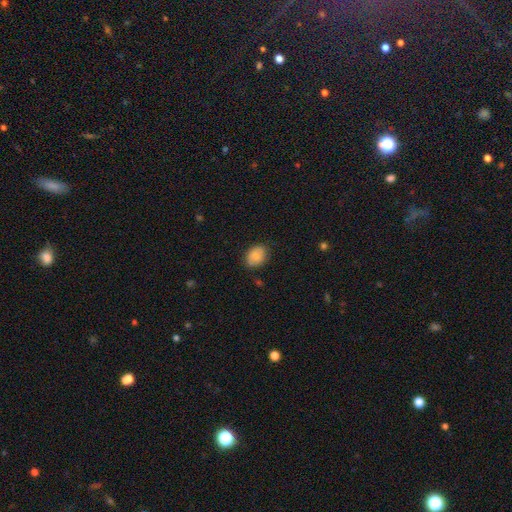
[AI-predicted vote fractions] This appears to be a smooth galaxy with no disk features (84%) that is in between round and cigar-shaped (71%). Merging: none (78%).